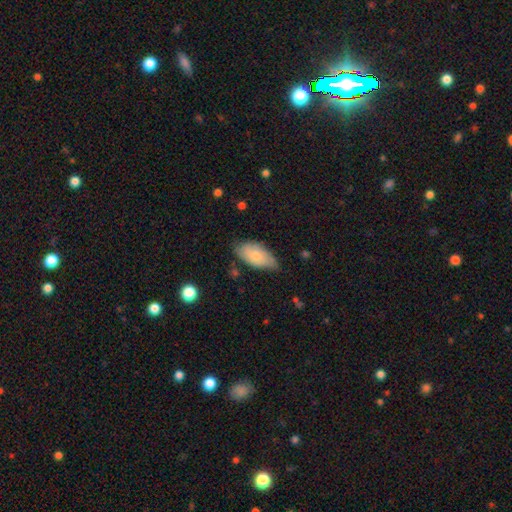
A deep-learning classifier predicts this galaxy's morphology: Smooth or featured? Predicted: smooth (p=0.71). How rounded? Predicted: in between (p=0.93). Merging? Predicted: none (p=0.60).